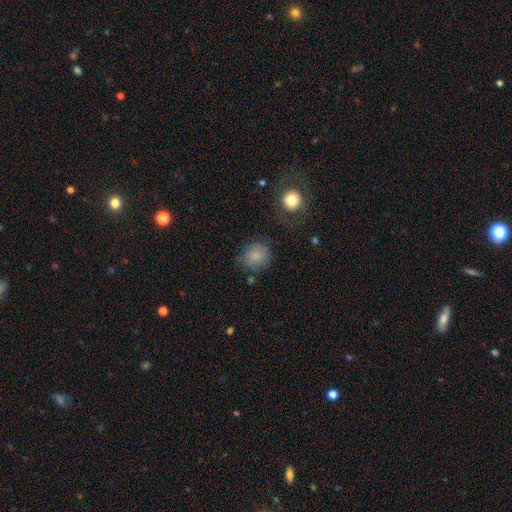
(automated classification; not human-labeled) smooth_or_featured: smooth (p=0.84) [alt: star or artifact p=0.10]
how_rounded: round (p=0.80) [alt: in between p=0.19]
merging: none (p=0.73) [alt: minor disturbance p=0.16]